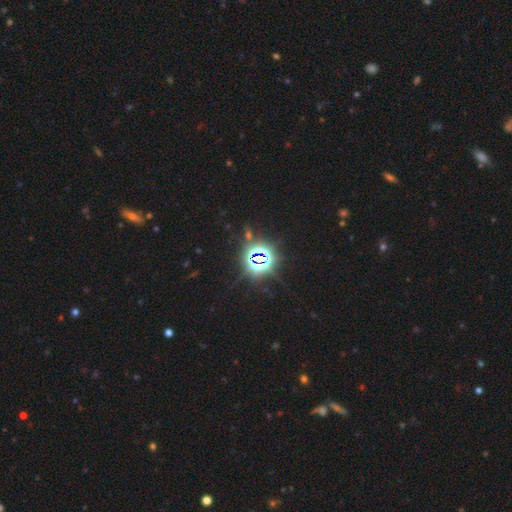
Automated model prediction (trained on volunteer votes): Smooth or featured: star or artifact — 82% (smooth — 12%)